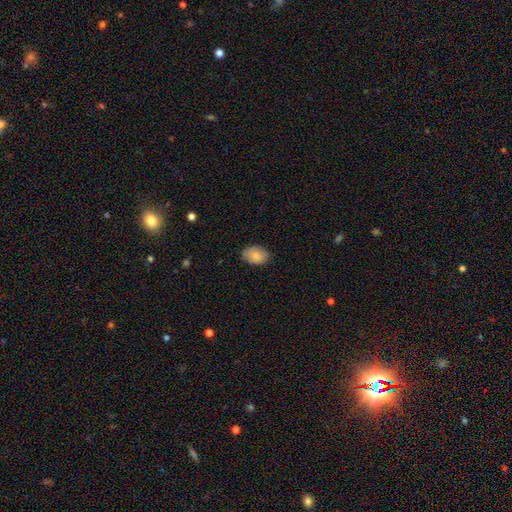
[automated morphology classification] Smooth or featured? smooth (83%)
How rounded? in between (79%)
Merging? none (79%)